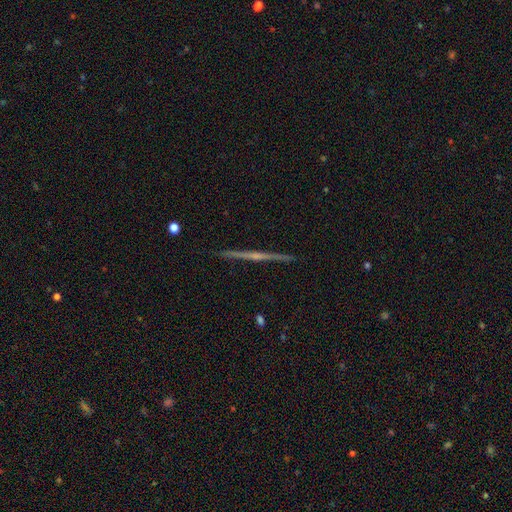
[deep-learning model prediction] Overall: featured or disk (76%). Edge-on disk: yes (98%). Edge-on bulge: rounded (55%; none 36%). Merging: none (91%).